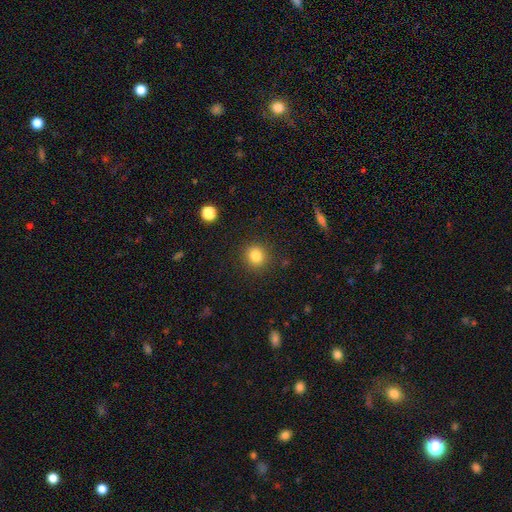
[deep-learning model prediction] Morphology: type=smooth (83%); roundness=round (89%); merging=none (89%).